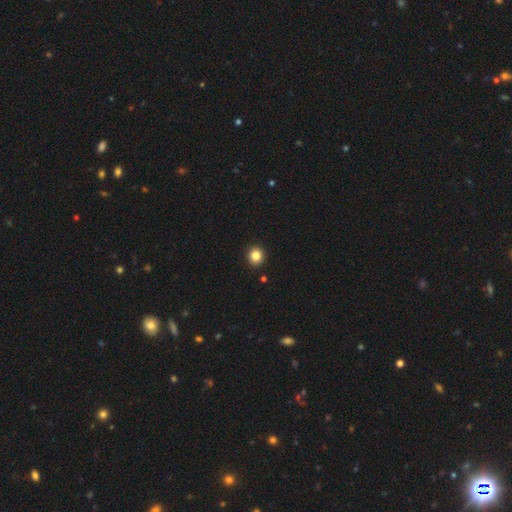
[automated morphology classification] Smooth or featured? Predicted: smooth (p=0.85). How rounded? Predicted: round (p=0.85). Merging? Predicted: none (p=0.93).